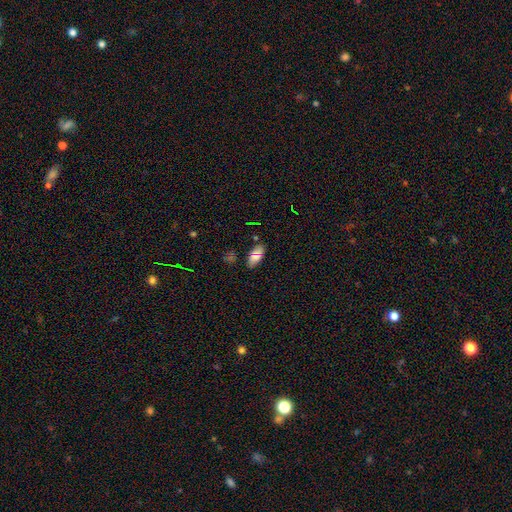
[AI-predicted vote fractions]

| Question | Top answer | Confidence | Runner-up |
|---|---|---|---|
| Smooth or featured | smooth | 72% | star or artifact (17%) |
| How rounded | in between | 89% | cigar-shaped (8%) |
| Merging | none | 83% | minor disturbance (12%) |